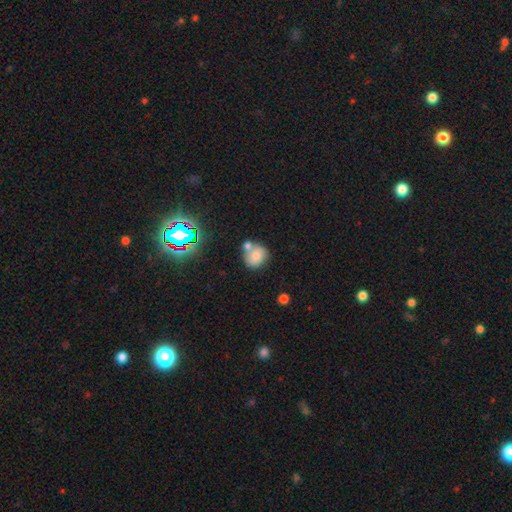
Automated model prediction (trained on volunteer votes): This appears to be a smooth galaxy with no disk features (75%) that is round (73%). Merging: none (46%).